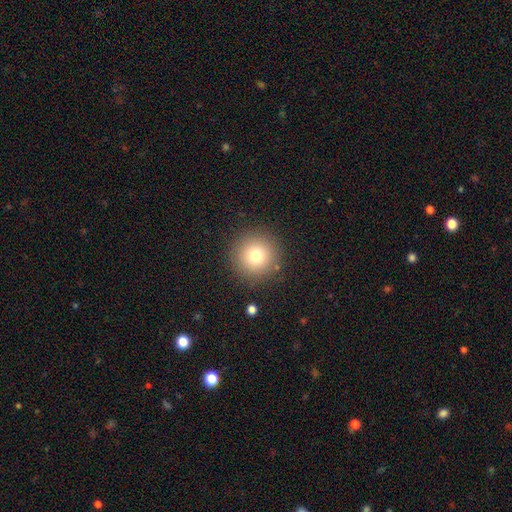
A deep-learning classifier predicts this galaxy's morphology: smooth-or-featured: smooth: 77% | star or artifact: 13% | featured or disk: 10%
  how-rounded: round: 96% | in between: 3% | cigar-shaped: 1%
  merging: none: 88% | minor disturbance: 7% | major disturbance: 3% | merger: 2%